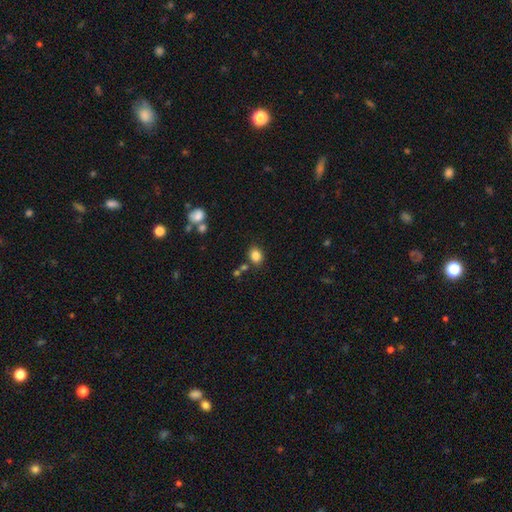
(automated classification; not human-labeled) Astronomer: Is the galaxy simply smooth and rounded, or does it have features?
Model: smooth — 83%.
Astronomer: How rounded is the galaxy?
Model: in between — 60% (runner-up: round, 39%).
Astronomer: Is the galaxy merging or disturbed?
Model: none — 77%.